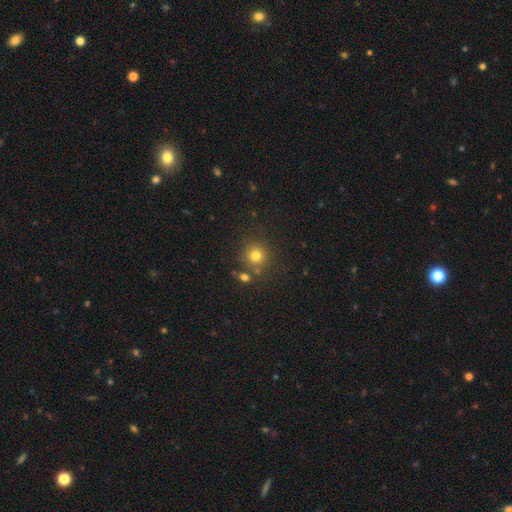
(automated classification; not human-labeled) Smooth or featured: smooth — 77% (star or artifact — 15%)
How rounded: round — 92% (in between — 7%)
Merging: none — 78% (merger — 10%)